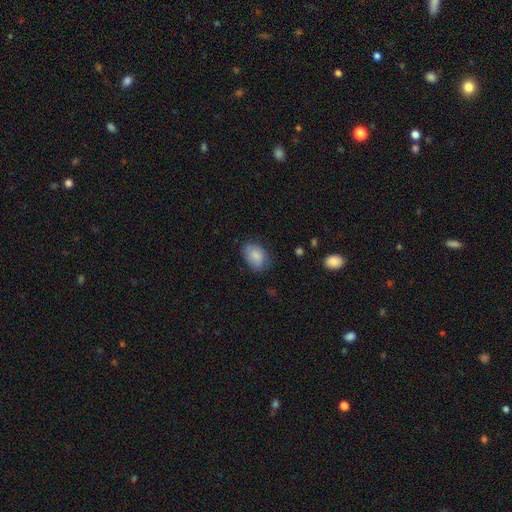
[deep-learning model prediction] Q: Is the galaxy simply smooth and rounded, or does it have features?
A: smooth — 83%.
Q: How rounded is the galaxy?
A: in between — 79%.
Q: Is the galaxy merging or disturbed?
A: none — 71%.